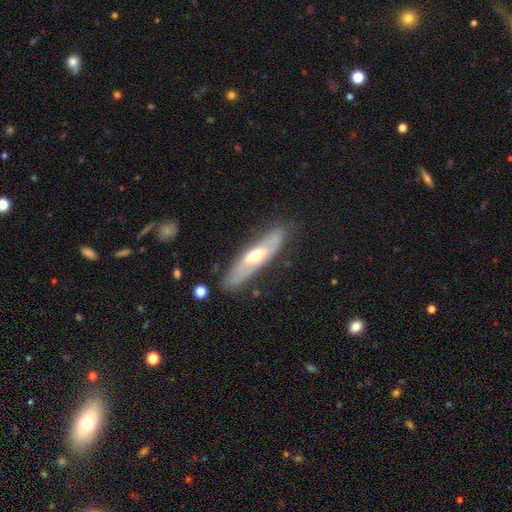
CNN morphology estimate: A featured or disk galaxy (57%).

Vote fractions:
- Smooth or featured? featured or disk: 57% / smooth: 38% / star or artifact: 6%
- Edge-on disk? no: 51% / yes: 49%
- Merging? none: 78% / minor disturbance: 15% / major disturbance: 5% / merger: 2%